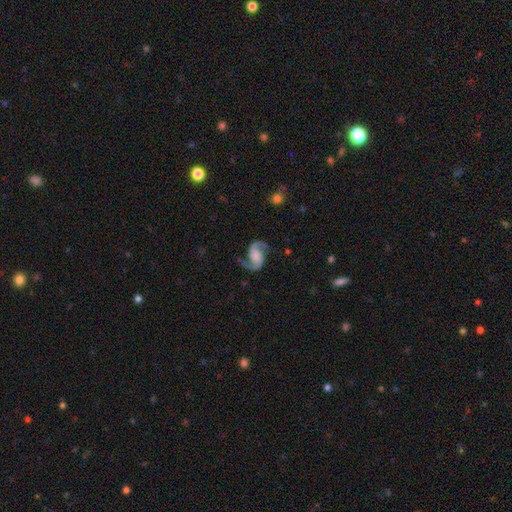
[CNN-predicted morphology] This appears to be a featured or disk galaxy (91%) with no bar (55%), 2 (95%) medium (50%) spiral arms (98%) and no central bulge (39%). Merging: none (80%).